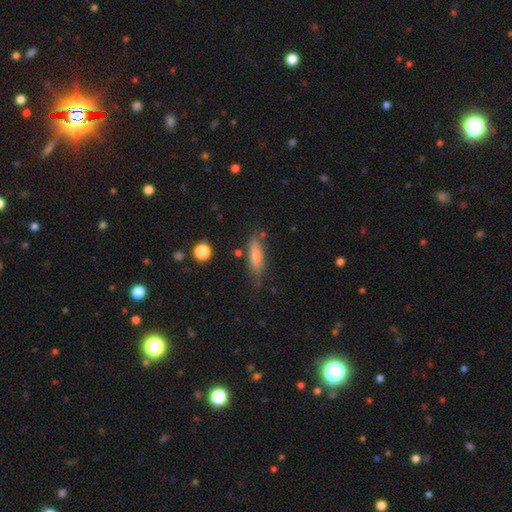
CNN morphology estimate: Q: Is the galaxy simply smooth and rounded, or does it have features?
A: smooth — 71%.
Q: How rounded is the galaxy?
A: cigar-shaped — 56%.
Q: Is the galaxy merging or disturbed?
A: none — 62%.